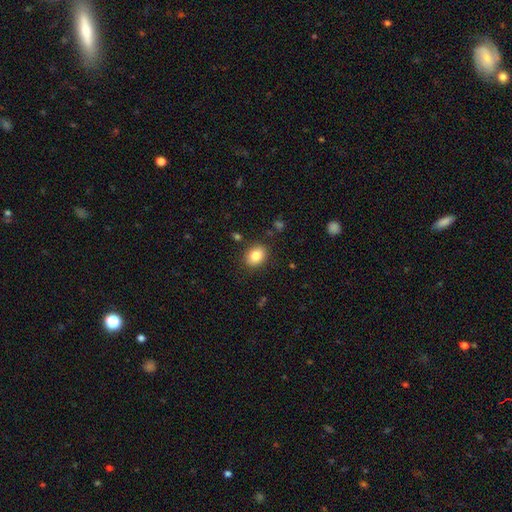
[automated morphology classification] smooth_or_featured: smooth (p=0.84) [alt: star or artifact p=0.09]
how_rounded: in between (p=0.60) [alt: round p=0.39]
merging: none (p=0.86) [alt: minor disturbance p=0.09]